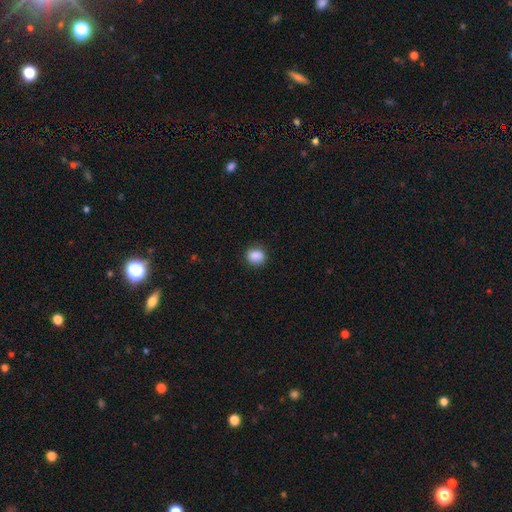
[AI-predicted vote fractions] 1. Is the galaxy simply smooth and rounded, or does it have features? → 88% smooth, 9% star or artifact, 3% featured or disk.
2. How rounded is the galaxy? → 70% round, 29% in between, 1% cigar-shaped.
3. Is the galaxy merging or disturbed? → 86% none, 11% minor disturbance, 3% major disturbance, 1% merger.